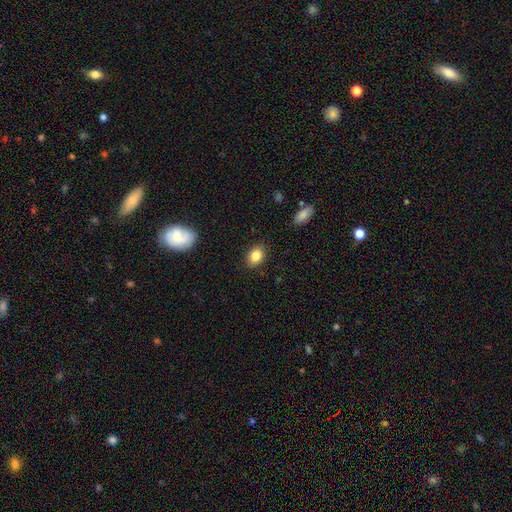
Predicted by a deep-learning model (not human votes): A smooth galaxy with no disk features (84%) that is in between round and cigar-shaped (77%). Merging: none (87%).